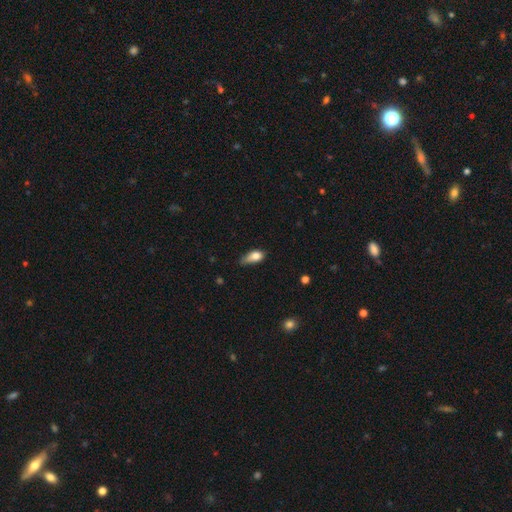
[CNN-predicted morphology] smooth-or-featured: smooth: 79% | featured or disk: 13% | star or artifact: 8%
  how-rounded: in between: 82% | cigar-shaped: 11% | round: 7%
  merging: minor disturbance: 48% | none: 34% | major disturbance: 15% | merger: 3%